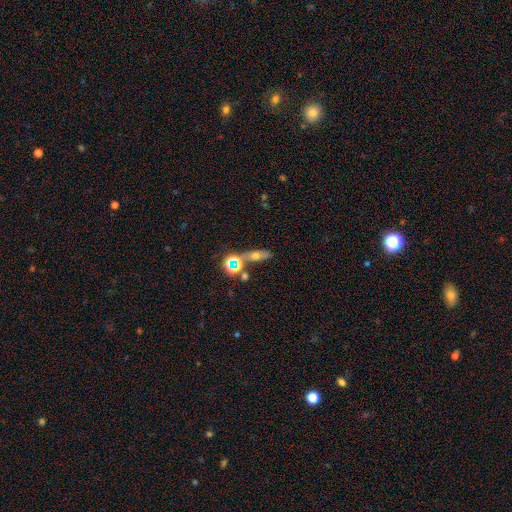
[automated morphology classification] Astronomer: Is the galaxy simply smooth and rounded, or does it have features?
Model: smooth — 37% (runner-up: featured or disk, 35%).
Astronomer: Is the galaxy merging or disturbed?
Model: none — 65%.